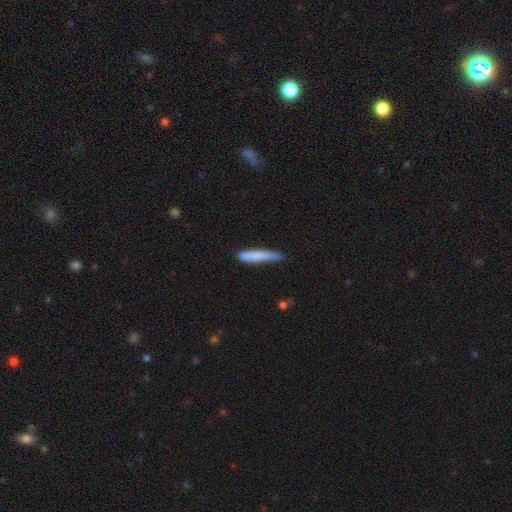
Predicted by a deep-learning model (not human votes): The model was most divided on "merging": none: 72%, minor disturbance: 22%, major disturbance: 4%, merger: 2%. More confident: how rounded — cigar-shaped (94%); smooth or featured — smooth (79%).